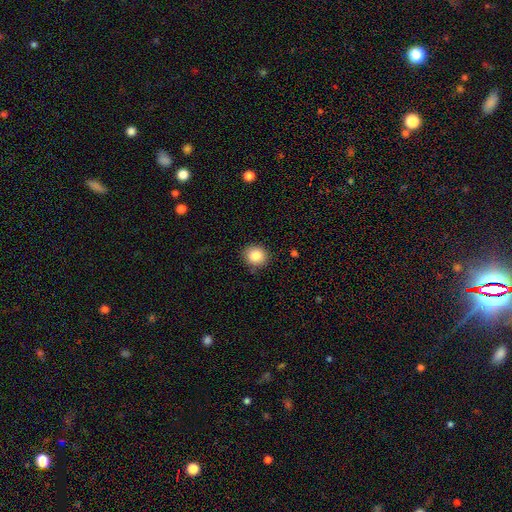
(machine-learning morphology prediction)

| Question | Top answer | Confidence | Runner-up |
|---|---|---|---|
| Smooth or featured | smooth | 86% | star or artifact (9%) |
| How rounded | round | 79% | in between (20%) |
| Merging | none | 87% | minor disturbance (9%) |